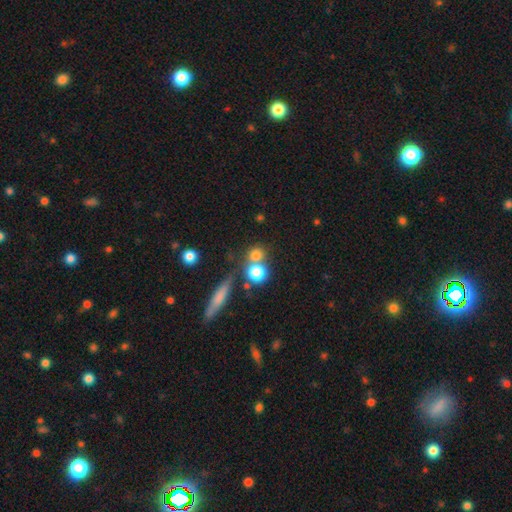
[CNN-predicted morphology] A smooth galaxy with no disk features (75%) that is round (81%).

Vote fractions:
- Smooth or featured? smooth: 75% / star or artifact: 14% / featured or disk: 11%
- How rounded? round: 81% / in between: 15% / cigar-shaped: 4%
- Merging? none: 54% / merger: 33% / minor disturbance: 8% / major disturbance: 4%